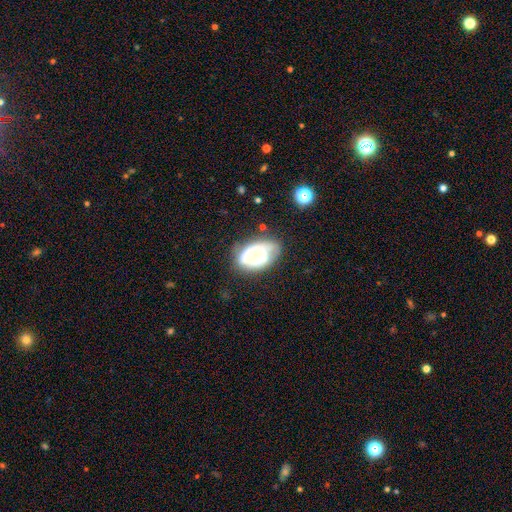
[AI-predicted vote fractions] smooth_or_featured: featured or disk (p=0.59) [alt: smooth p=0.35]
disk_edge_on: no (p=0.94) [alt: yes p=0.06]
bar: no (p=0.86) [alt: weak p=0.12]
has_spiral_arms: no (p=0.52) [alt: yes p=0.48]
bulge_size: moderate (p=0.52) [alt: small p=0.41]
merging: none (p=0.53) [alt: minor disturbance p=0.31]